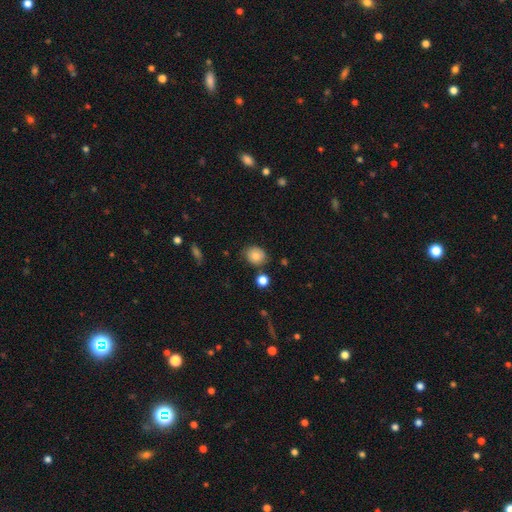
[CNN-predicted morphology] This appears to be a smooth galaxy with no disk features (80%) that is round (65%). Merging: none (77%).